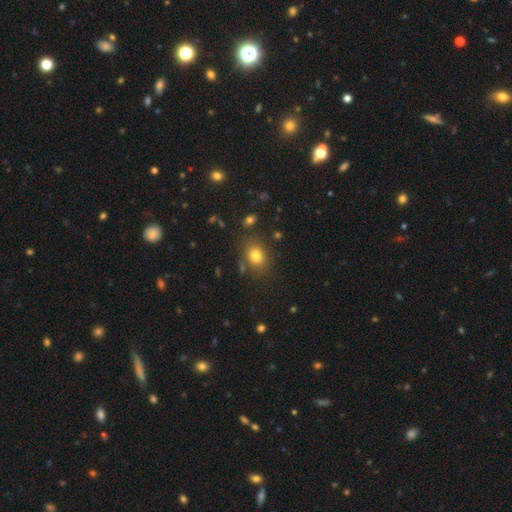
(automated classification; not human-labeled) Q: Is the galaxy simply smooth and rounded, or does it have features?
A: smooth — 78%.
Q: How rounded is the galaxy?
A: round — 52%.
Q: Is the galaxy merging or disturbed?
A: none — 80%.